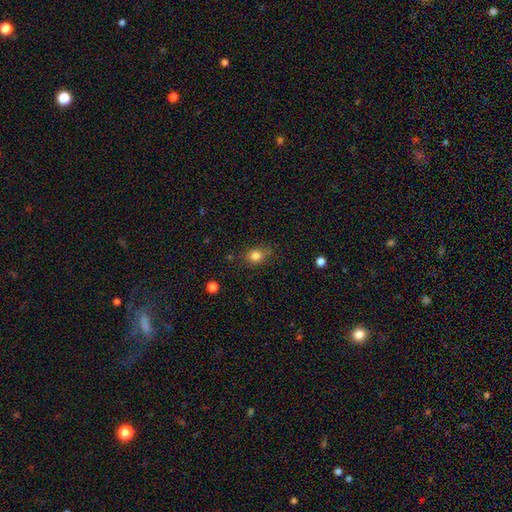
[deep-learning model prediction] smooth 82%, star or artifact 12%, featured or disk 6%. Down the decision tree: how rounded — round (67%); merging — none (77%).